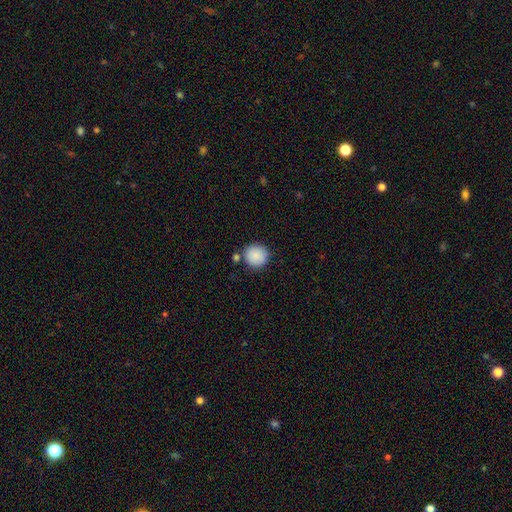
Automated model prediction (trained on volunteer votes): smooth-or-featured: smooth: 88% | star or artifact: 7% | featured or disk: 5%
  how-rounded: round: 93% | in between: 6% | cigar-shaped: 1%
  merging: none: 78% | minor disturbance: 10% | merger: 9% | major disturbance: 3%